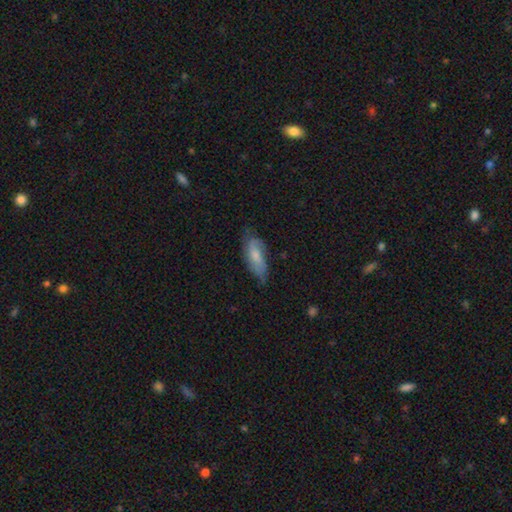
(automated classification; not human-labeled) Smooth or featured? smooth (57%)
How rounded? in between (72%)
Merging? none (57%)